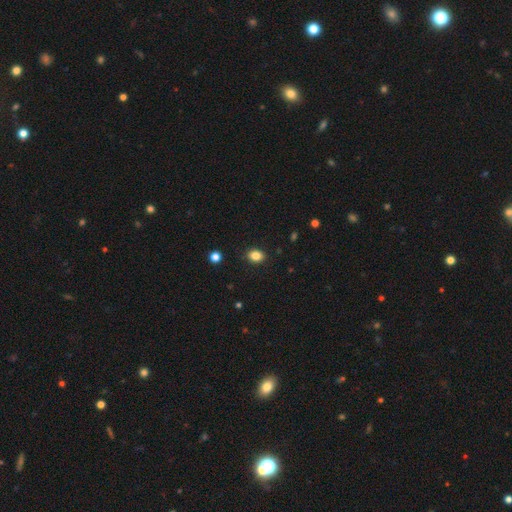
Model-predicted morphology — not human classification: smooth_or_featured: smooth (p=0.84) [alt: star or artifact p=0.11]
how_rounded: in between (p=0.62) [alt: round p=0.37]
merging: none (p=0.89) [alt: minor disturbance p=0.08]